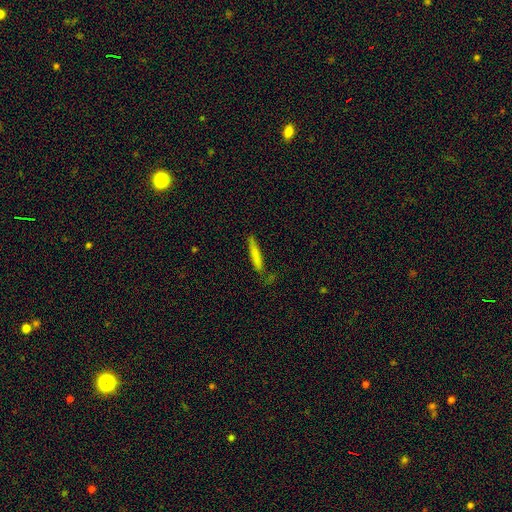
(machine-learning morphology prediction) Q: Smooth or featured?
A: smooth (76%); runner-up: featured or disk (18%)
Q: How rounded?
A: cigar-shaped (93%); runner-up: in between (5%)
Q: Merging?
A: none (76%); runner-up: minor disturbance (17%)